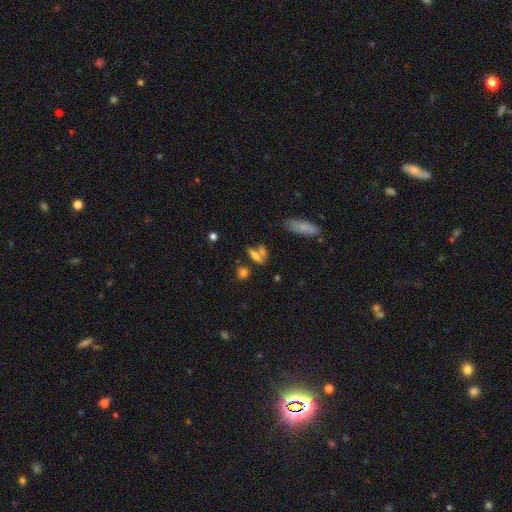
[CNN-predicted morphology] Smooth or featured? smooth (66%)
How rounded? in between (49%)
Merging? none (54%)